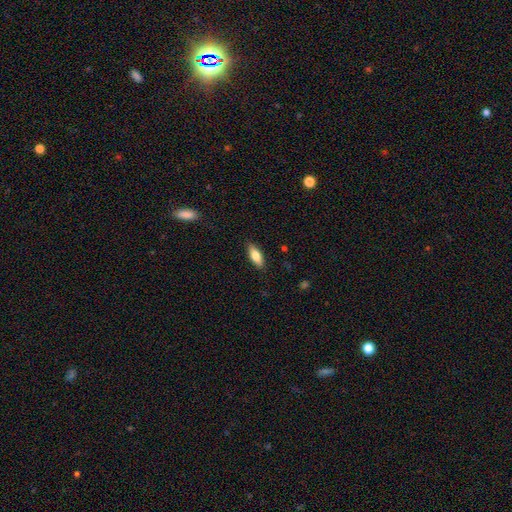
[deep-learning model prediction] Morphology: type=smooth (73%); roundness=in between (68%); merging=none (88%).